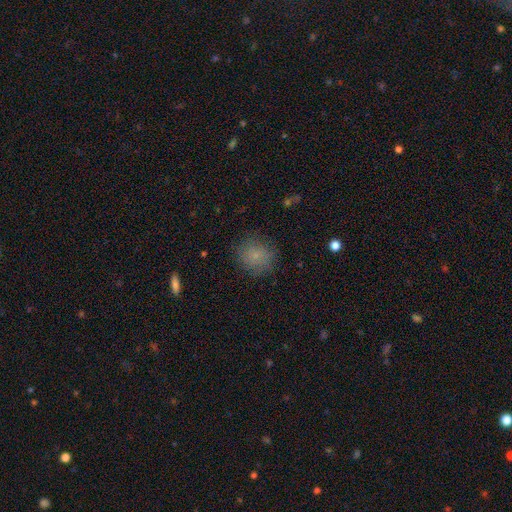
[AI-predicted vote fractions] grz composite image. It shows a smooth galaxy with no disk features (76%) that is round (83%). Merging: none (80%).